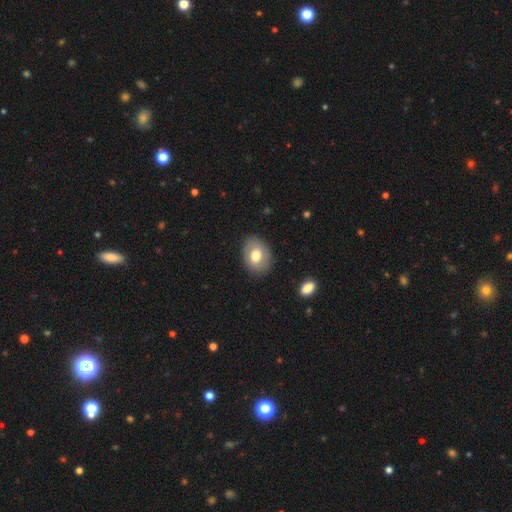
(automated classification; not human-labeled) Smooth or featured?
  - smooth: 68% *
  - featured or disk: 25%
  - star or artifact: 7%
How rounded?
  - in between: 73% *
  - round: 26%
  - cigar-shaped: 1%
Merging?
  - none: 84% *
  - minor disturbance: 11%
  - major disturbance: 3%
  - merger: 1%